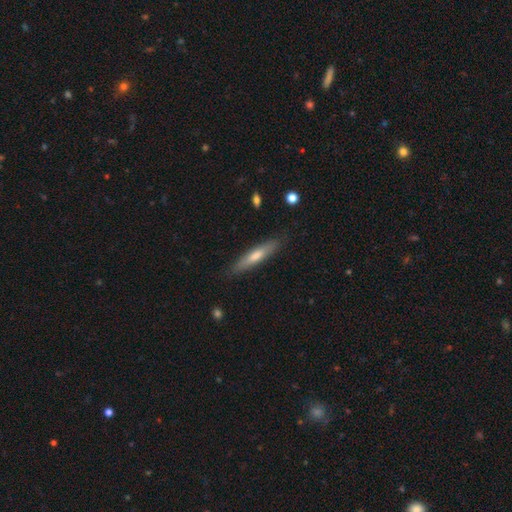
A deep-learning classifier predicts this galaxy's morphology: This is possibly a featured or disk galaxy (48%). Merging: clearly none (87%).